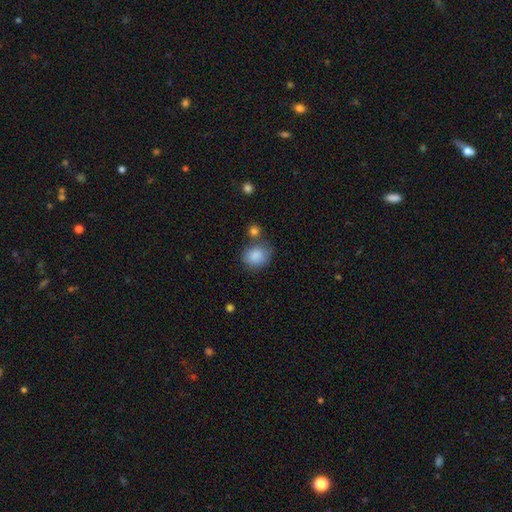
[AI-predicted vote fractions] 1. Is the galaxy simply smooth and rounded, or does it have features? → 87% smooth, 8% star or artifact, 5% featured or disk.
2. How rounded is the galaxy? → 63% round, 36% in between, 1% cigar-shaped.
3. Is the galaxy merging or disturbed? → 62% none, 19% minor disturbance, 13% merger, 6% major disturbance.